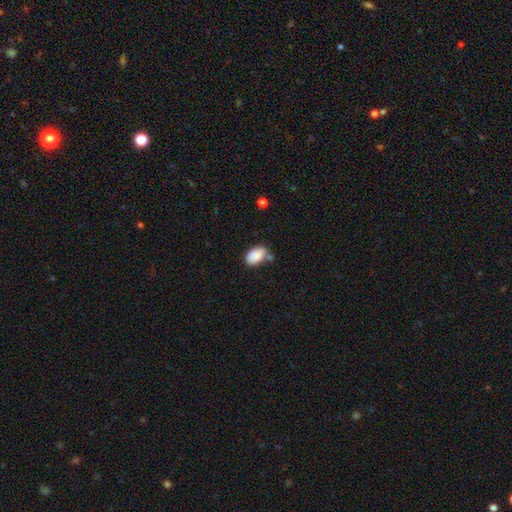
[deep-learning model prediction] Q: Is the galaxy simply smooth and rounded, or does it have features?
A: smooth — 88%.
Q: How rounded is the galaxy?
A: in between — 93%.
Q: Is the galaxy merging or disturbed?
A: none — 62%.